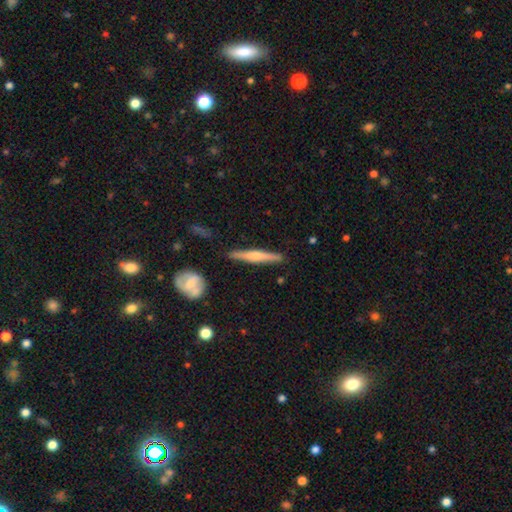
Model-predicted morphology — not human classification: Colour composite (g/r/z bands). It shows a featured or disk galaxy (54%) viewed edge-on (96%) with a rounded central bulge (67%). Merging: none (88%).